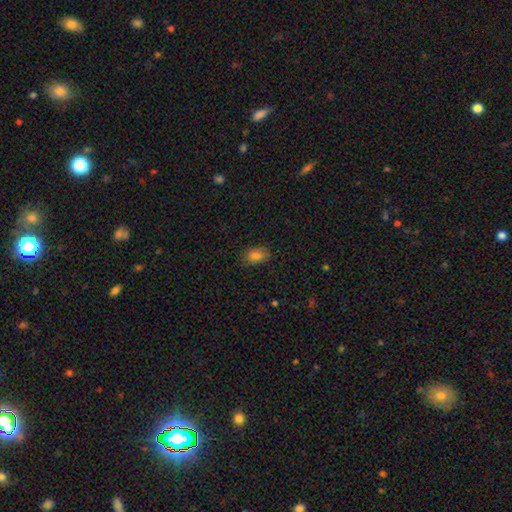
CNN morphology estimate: Smooth or featured? smooth (83%)
How rounded? in between (87%)
Merging? none (83%)